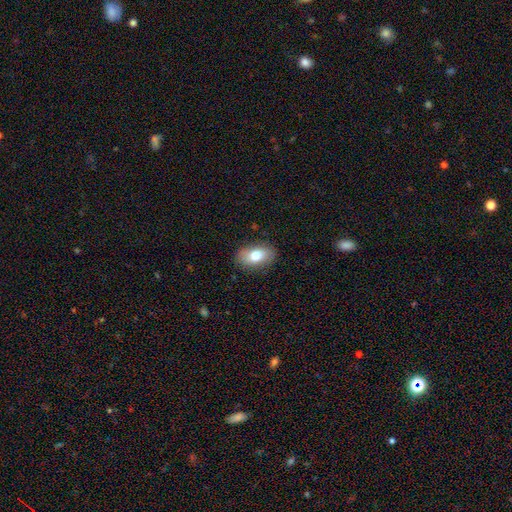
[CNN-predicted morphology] smooth_or_featured: smooth (p=0.77) [alt: featured or disk p=0.16]
how_rounded: in between (p=0.90) [alt: round p=0.08]
merging: none (p=0.86) [alt: minor disturbance p=0.10]